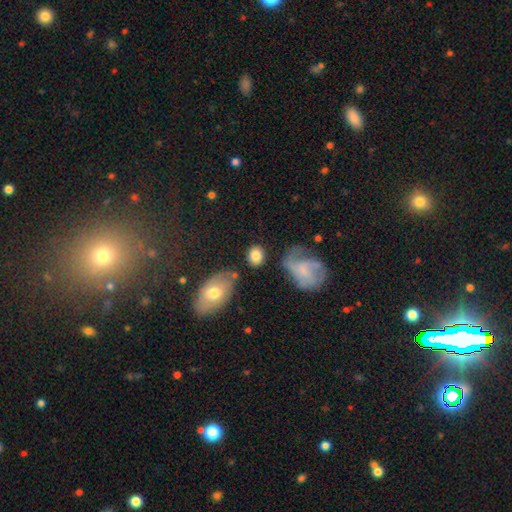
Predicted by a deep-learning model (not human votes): Smooth or featured? Predicted: smooth (p=0.81). How rounded? Predicted: round (p=0.57). Merging? Predicted: none (p=0.71).